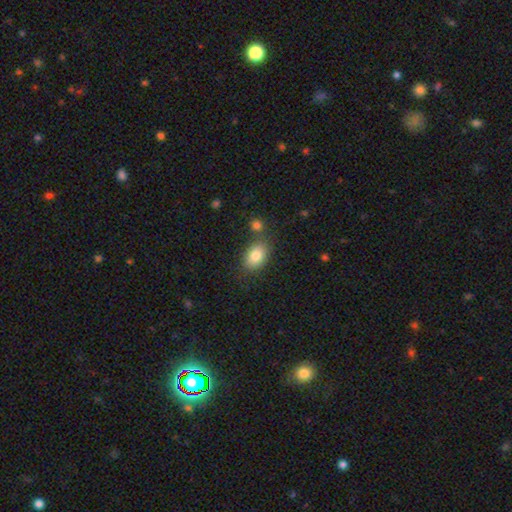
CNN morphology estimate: Smooth or featured? smooth (83%)
How rounded? in between (85%)
Merging? none (70%)